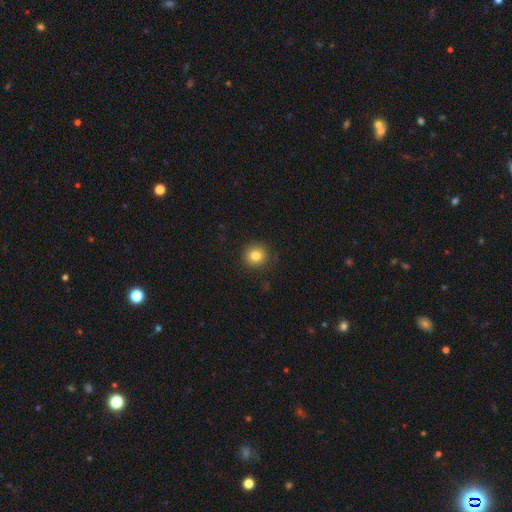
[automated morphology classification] This is clearly a smooth galaxy (82%). How rounded: clearly round (93%). Merging: clearly none (90%).